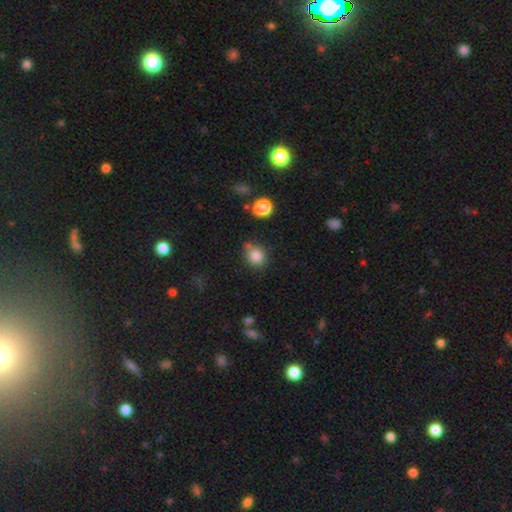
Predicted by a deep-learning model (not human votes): smooth_or_featured: smooth (p=0.81) [alt: star or artifact p=0.12]
how_rounded: round (p=0.68) [alt: in between p=0.31]
merging: none (p=0.65) [alt: minor disturbance p=0.20]